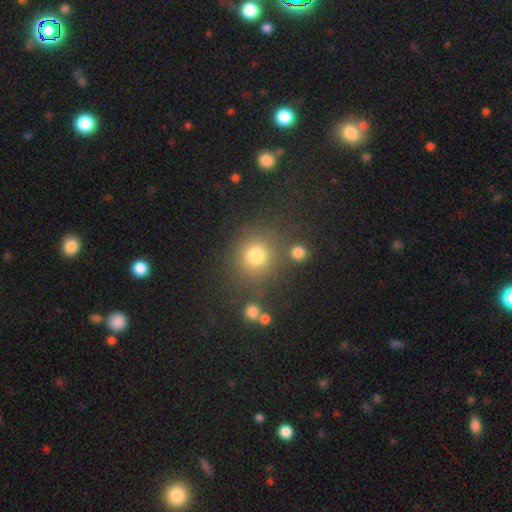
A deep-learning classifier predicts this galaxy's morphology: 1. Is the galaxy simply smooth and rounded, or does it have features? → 76% smooth, 16% star or artifact, 8% featured or disk.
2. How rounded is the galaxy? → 87% round, 12% in between, 1% cigar-shaped.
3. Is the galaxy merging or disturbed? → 75% none, 10% minor disturbance, 10% merger, 5% major disturbance.